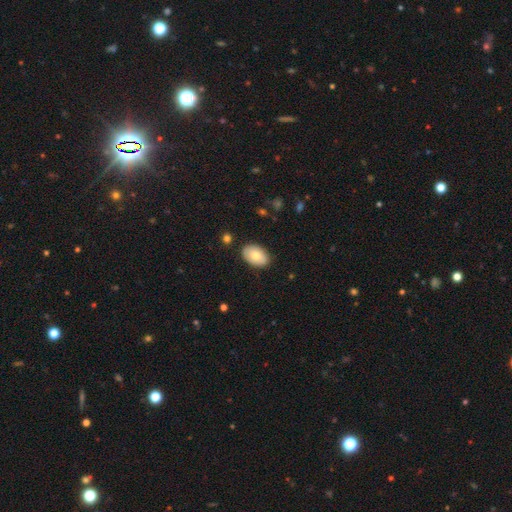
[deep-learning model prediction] A smooth galaxy with no disk features (77%) that is in between round and cigar-shaped (91%).

Vote fractions:
- Smooth or featured? smooth: 77% / featured or disk: 17% / star or artifact: 6%
- How rounded? in between: 91% / round: 8% / cigar-shaped: 1%
- Merging? none: 86% / minor disturbance: 10% / major disturbance: 2% / merger: 2%